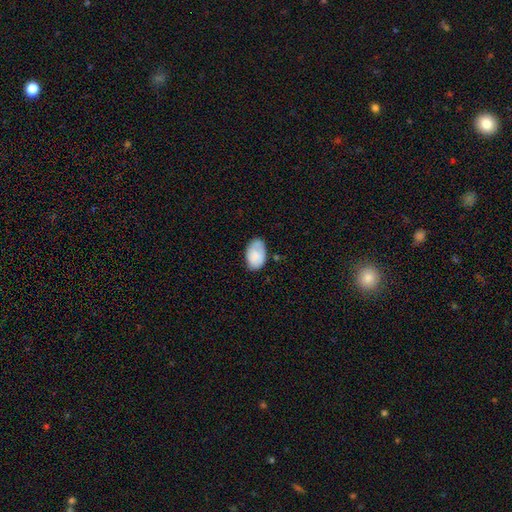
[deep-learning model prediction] smooth 82%, featured or disk 12%, star or artifact 7%. Down the decision tree: how rounded — in between (91%); merging — none (65%).